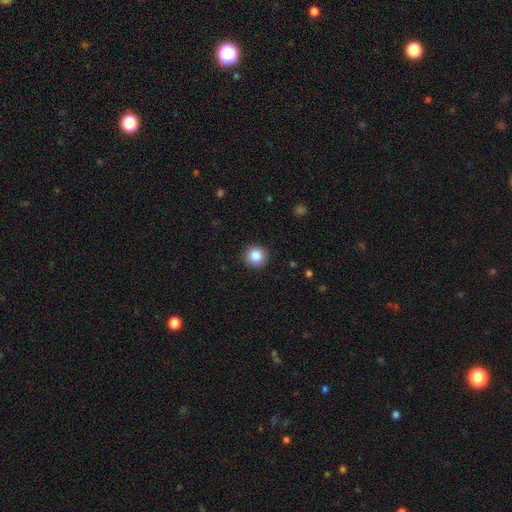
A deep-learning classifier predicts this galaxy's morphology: The model was most divided on "smooth or featured": smooth: 87%, star or artifact: 9%, featured or disk: 4%. More confident: how rounded — round (94%); merging — none (91%).